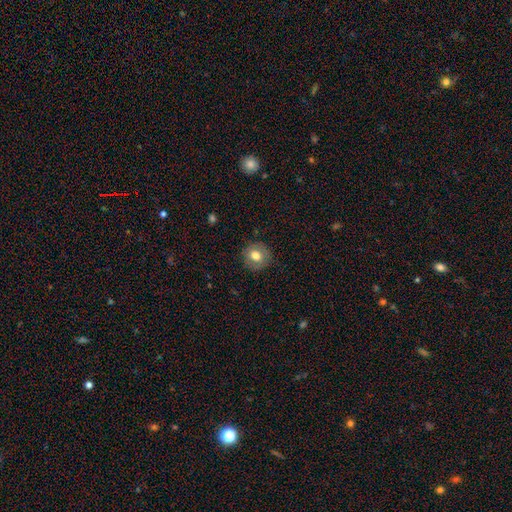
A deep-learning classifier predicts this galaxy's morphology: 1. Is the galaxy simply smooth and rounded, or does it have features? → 74% smooth, 17% featured or disk, 9% star or artifact.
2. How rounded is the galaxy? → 88% round, 11% in between, 1% cigar-shaped.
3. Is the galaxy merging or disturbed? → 87% none, 10% minor disturbance, 3% major disturbance, 1% merger.